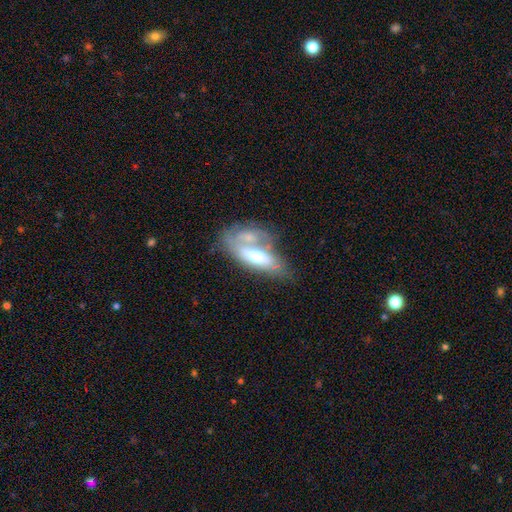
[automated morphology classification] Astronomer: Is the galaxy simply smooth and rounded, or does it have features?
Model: featured or disk — 48% (runner-up: smooth, 45%).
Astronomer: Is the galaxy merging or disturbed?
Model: merger — 37% (runner-up: none, 28%).